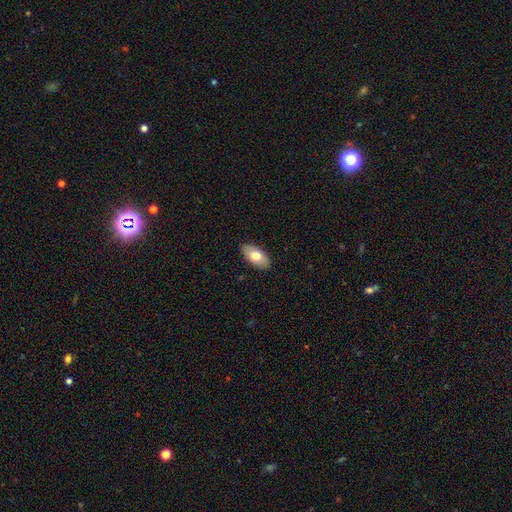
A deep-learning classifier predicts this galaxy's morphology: smooth 73%, featured or disk 21%, star or artifact 6%. Down the decision tree: how rounded — in between (94%); merging — none (88%).